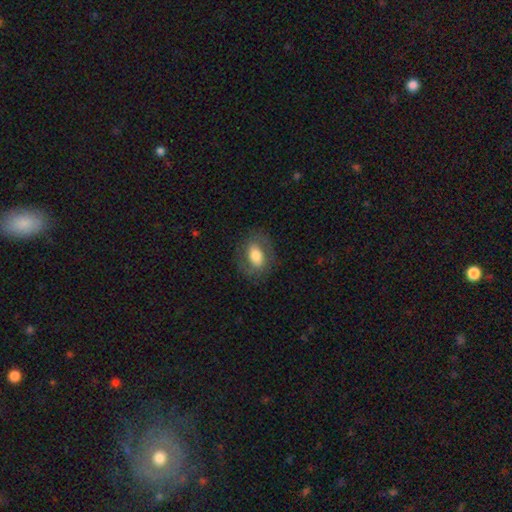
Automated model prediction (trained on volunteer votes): This appears to be a smooth galaxy with no disk features (59%) that is in between round and cigar-shaped (81%). Merging: none (77%).